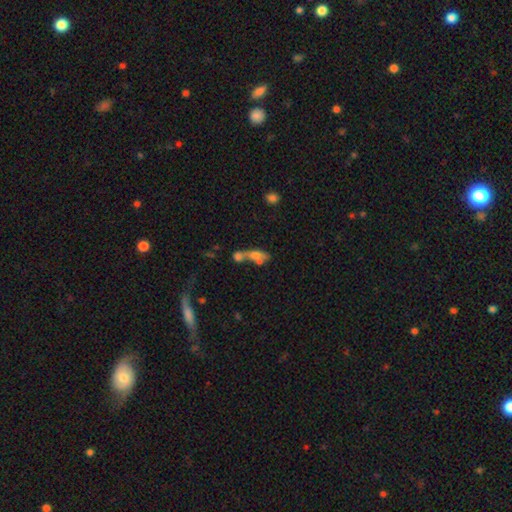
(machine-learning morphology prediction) Smooth or featured: smooth — 56% (featured or disk — 32%)
How rounded: in between — 57% (cigar-shaped — 33%)
Merging: merger — 63% (none — 19%)